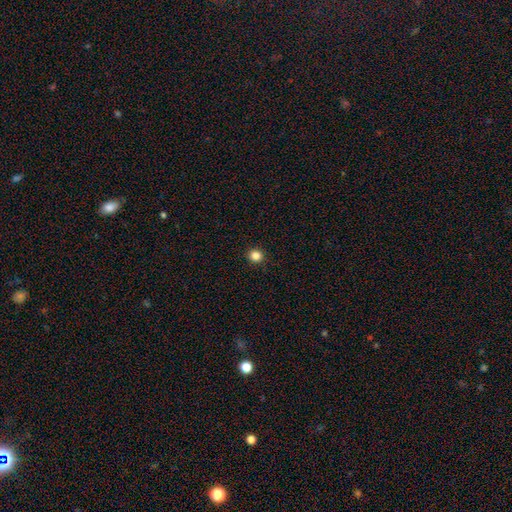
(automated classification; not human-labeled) Smooth or featured?
  - smooth: 85% *
  - star or artifact: 12%
  - featured or disk: 3%
How rounded?
  - round: 90% *
  - in between: 9%
  - cigar-shaped: 1%
Merging?
  - none: 93% *
  - minor disturbance: 5%
  - major disturbance: 2%
  - merger: 1%